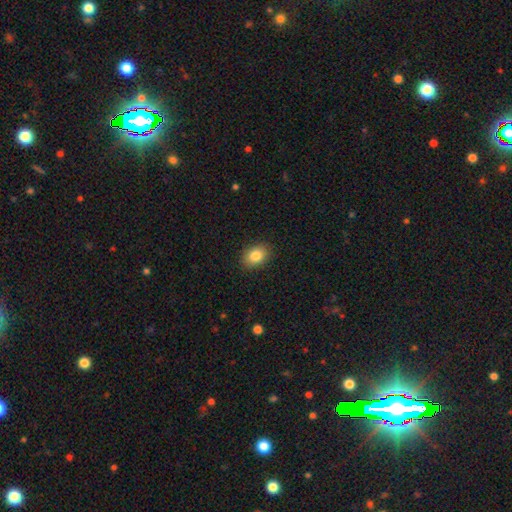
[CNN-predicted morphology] This appears to be a smooth galaxy with no disk features (84%) that is in between round and cigar-shaped (74%). Merging: none (89%).